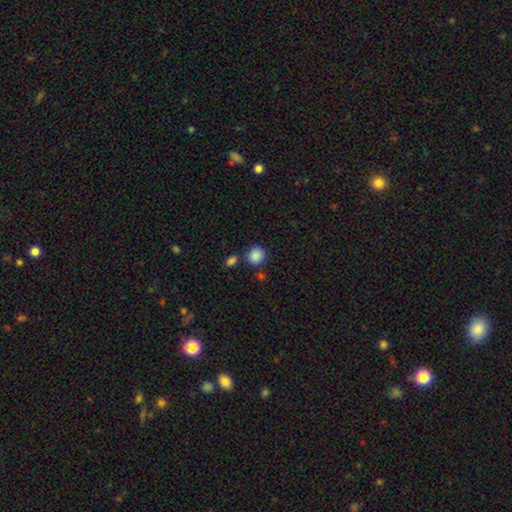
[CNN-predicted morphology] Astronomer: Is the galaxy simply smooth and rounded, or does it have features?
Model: smooth — 87%.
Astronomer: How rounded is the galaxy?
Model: round — 85%.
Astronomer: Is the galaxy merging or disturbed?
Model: none — 77%.